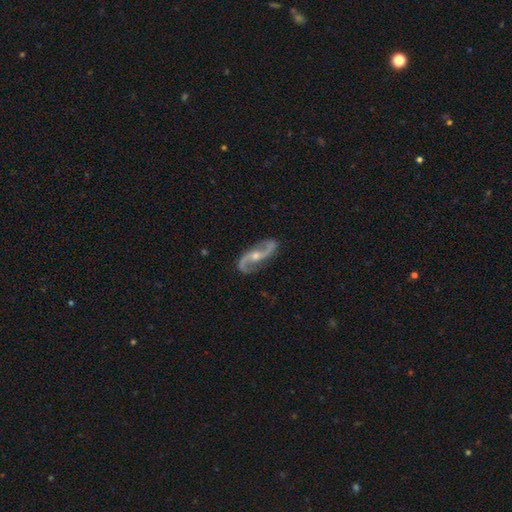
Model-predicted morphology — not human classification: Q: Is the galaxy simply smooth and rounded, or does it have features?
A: featured or disk — 92%.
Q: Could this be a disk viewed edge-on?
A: no — 96%.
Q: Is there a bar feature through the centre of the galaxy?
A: no — 49%.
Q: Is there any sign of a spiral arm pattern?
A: yes — 98%.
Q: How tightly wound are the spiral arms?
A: loose — 51%.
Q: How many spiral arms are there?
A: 2 — 94%.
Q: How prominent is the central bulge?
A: moderate — 57%.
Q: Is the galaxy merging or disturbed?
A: none — 83%.